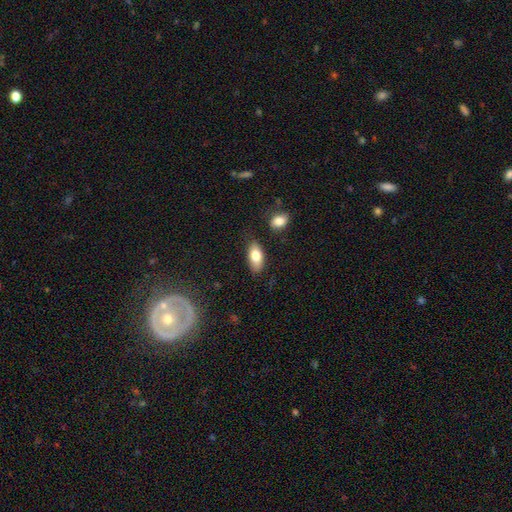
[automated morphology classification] Q: Smooth or featured?
A: smooth (79%); runner-up: featured or disk (14%)
Q: How rounded?
A: in between (89%); runner-up: cigar-shaped (7%)
Q: Merging?
A: none (78%); runner-up: minor disturbance (15%)